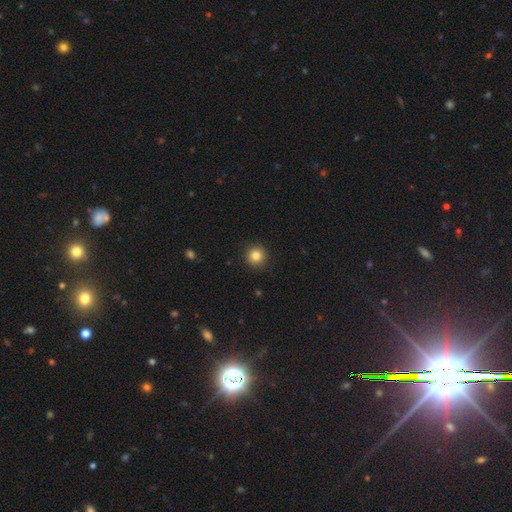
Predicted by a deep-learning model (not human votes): smooth_or_featured: smooth (p=0.84) [alt: star or artifact p=0.11]
how_rounded: round (p=0.95) [alt: in between p=0.04]
merging: none (p=0.92) [alt: minor disturbance p=0.05]